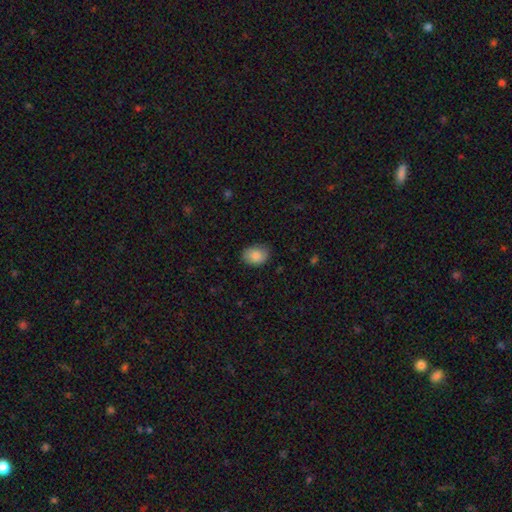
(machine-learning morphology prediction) Q: Smooth or featured?
A: smooth (85%); runner-up: featured or disk (8%)
Q: How rounded?
A: in between (67%); runner-up: round (32%)
Q: Merging?
A: none (76%); runner-up: minor disturbance (19%)